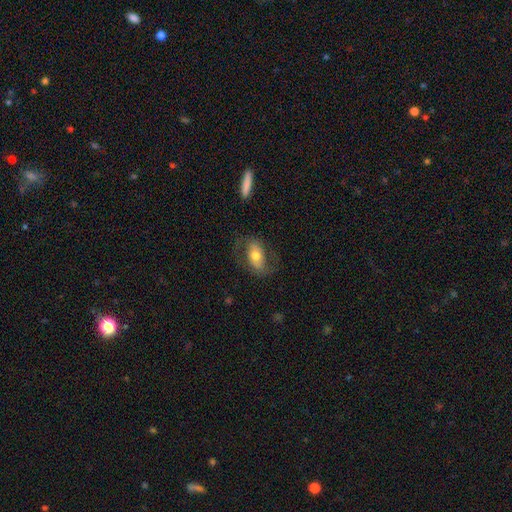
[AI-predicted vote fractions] The model was most divided on "smooth or featured": featured or disk: 47%, smooth: 46%, star or artifact: 7%. More confident: merging — none (69%).